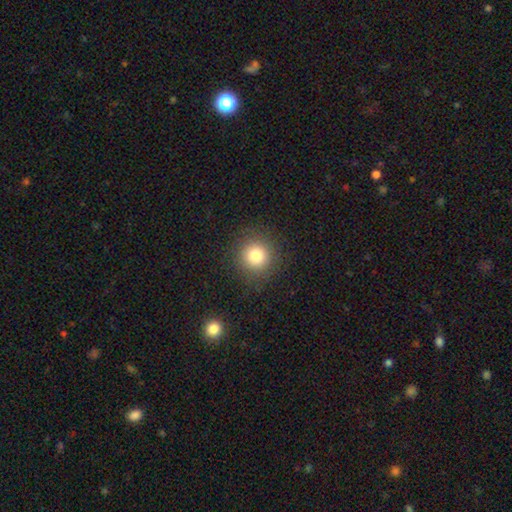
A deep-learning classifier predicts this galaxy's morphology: smooth-or-featured: smooth: 81% | star or artifact: 12% | featured or disk: 7%
  how-rounded: round: 94% | in between: 5% | cigar-shaped: 1%
  merging: none: 89% | minor disturbance: 7% | major disturbance: 3% | merger: 1%